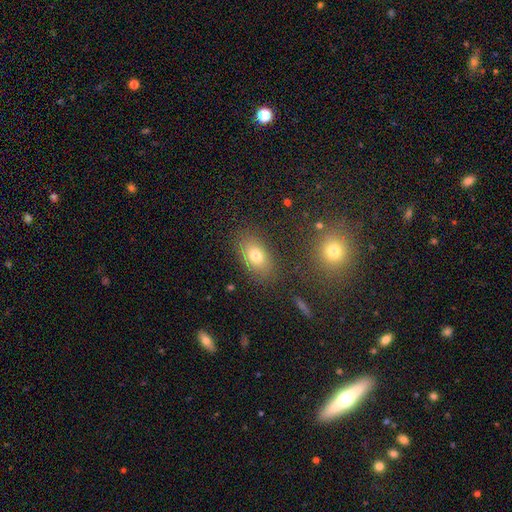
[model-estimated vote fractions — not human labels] Smooth or featured? smooth (73%)
How rounded? in between (85%)
Merging? none (81%)